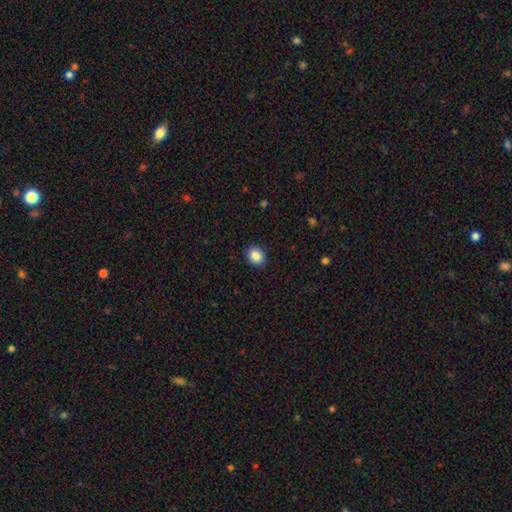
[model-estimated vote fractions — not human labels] smooth 86%, star or artifact 9%, featured or disk 5%. Down the decision tree: how rounded — in between (53%); merging — none (91%).